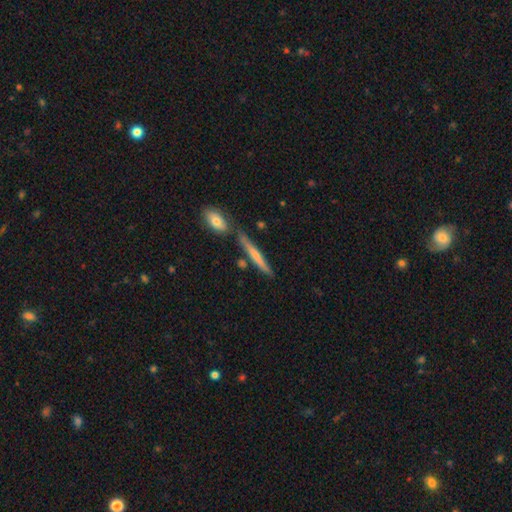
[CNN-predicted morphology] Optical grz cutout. It shows a smooth galaxy with no disk features (54%) that is cigar-shaped (92%). Merging: none (73%).